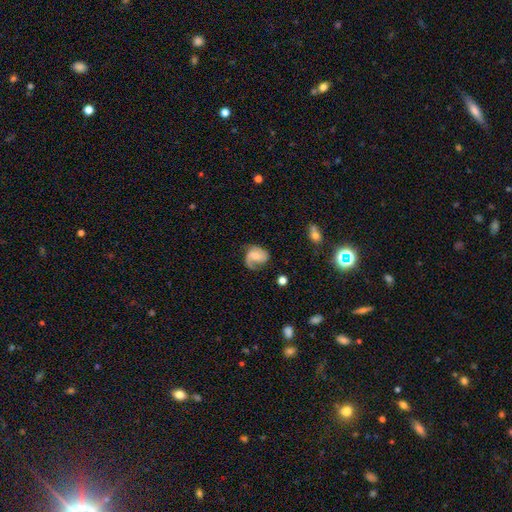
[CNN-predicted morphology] A featured or disk galaxy (63%) with no bar (58%), 2 (52%) medium (43%) spiral arms (91%) and a small central bulge (45%).

Vote fractions:
- Smooth or featured? featured or disk: 63% / smooth: 29% / star or artifact: 8%
- Edge-on disk? no: 98% / yes: 2%
- Bar? no: 58% / weak: 34% / strong: 8%
- Spiral arms? yes: 91% / no: 9%
- Spiral winding? medium: 43% / loose: 32% / tight: 25%
- Spiral arm count? 2: 52% / 1: 34% / can't tell: 9% / 3: 3% / 4: 1% / more than 4: 1%
- Bulge size? small: 45% / moderate: 30% / none: 19% / large: 5% / dominant: 2%
- Merging? none: 51% / minor disturbance: 26% / major disturbance: 20% / merger: 2%